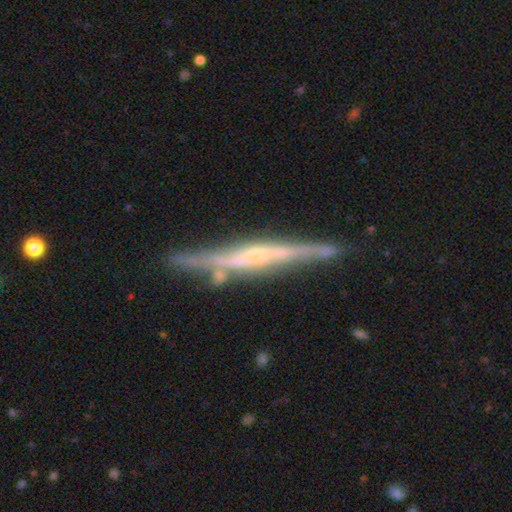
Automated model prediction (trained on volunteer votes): Q: Smooth or featured?
A: featured or disk (80%); runner-up: smooth (14%)
Q: Edge-on disk?
A: yes (96%); runner-up: no (4%)
Q: Edge-on bulge?
A: rounded (51%); runner-up: none (35%)
Q: Merging?
A: none (79%); runner-up: minor disturbance (14%)